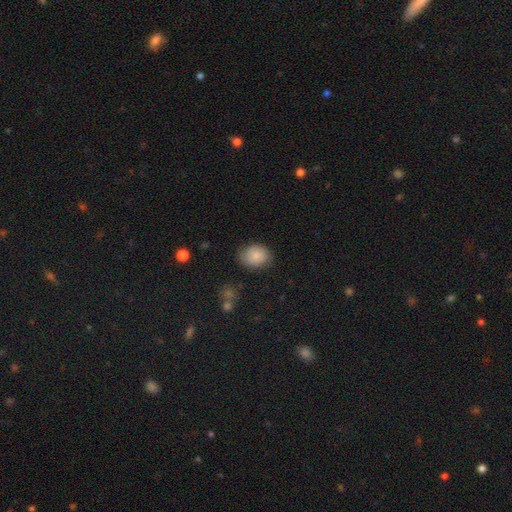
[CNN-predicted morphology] type=smooth (83%); roundness=in between (53%); merging=none (73%).